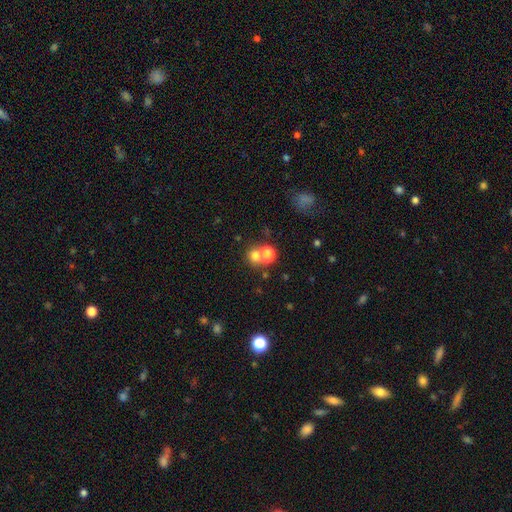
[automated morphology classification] A smooth galaxy with no disk features (70%) that is round (82%). Merging: none (55%).